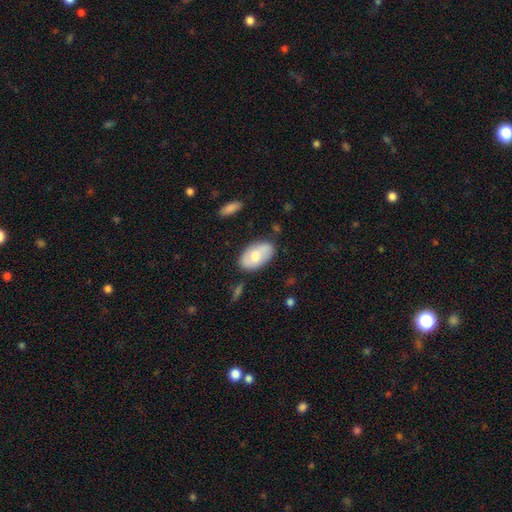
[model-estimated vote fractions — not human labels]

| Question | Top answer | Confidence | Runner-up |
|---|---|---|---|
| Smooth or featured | smooth | 63% | featured or disk (31%) |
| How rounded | in between | 93% | round (5%) |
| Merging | none | 78% | minor disturbance (15%) |